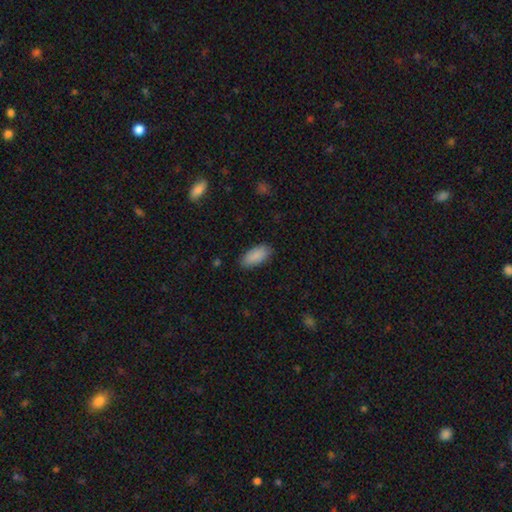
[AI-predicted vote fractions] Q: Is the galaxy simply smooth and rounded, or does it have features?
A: smooth — 89%.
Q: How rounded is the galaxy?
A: in between — 90%.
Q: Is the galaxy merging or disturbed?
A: none — 86%.